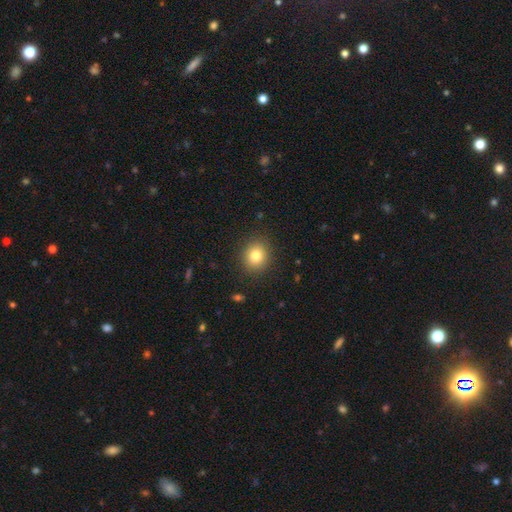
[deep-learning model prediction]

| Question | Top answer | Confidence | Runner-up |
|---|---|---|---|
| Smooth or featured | smooth | 81% | star or artifact (11%) |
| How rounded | round | 78% | in between (21%) |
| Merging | none | 89% | minor disturbance (7%) |